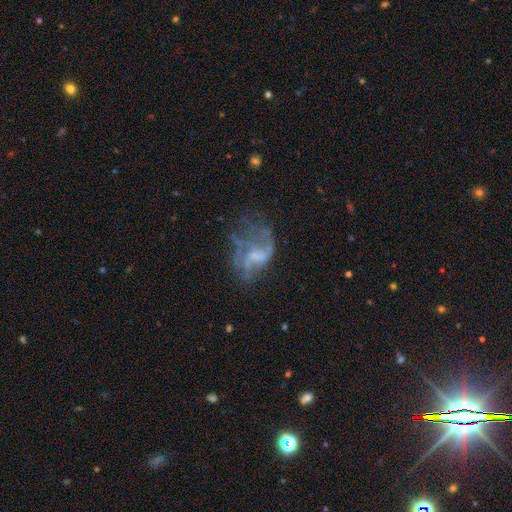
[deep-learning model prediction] The model was most divided on "merging": major disturbance: 41%, none: 35%, minor disturbance: 19%, merger: 6%. More confident: edge-on disk — no (97%); smooth or featured — featured or disk (68%); spiral arms — yes (55%); bar — no (53%); bulge size — none (51%).